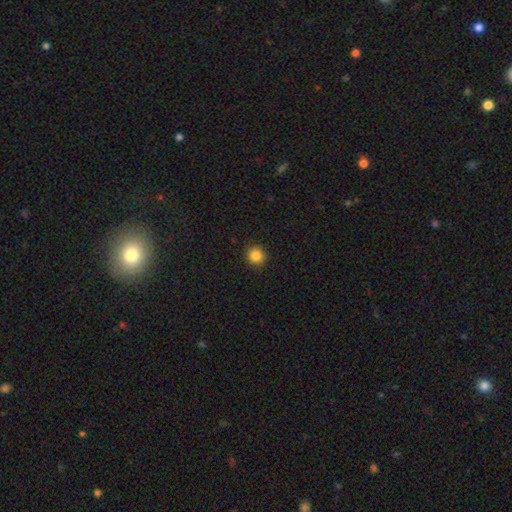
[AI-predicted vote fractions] smooth-or-featured: smooth: 85% | star or artifact: 11% | featured or disk: 4%
  how-rounded: round: 94% | in between: 5% | cigar-shaped: 1%
  merging: none: 92% | minor disturbance: 6% | major disturbance: 2% | merger: 1%